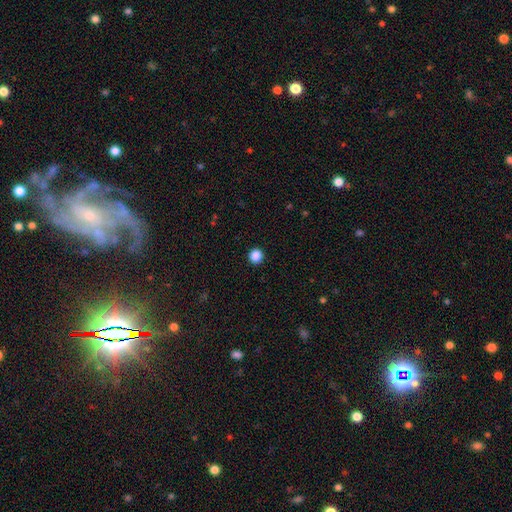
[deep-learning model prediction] Smooth or featured: smooth — 87% (star or artifact — 11%)
How rounded: round — 95% (in between — 4%)
Merging: none — 94% (minor disturbance — 4%)